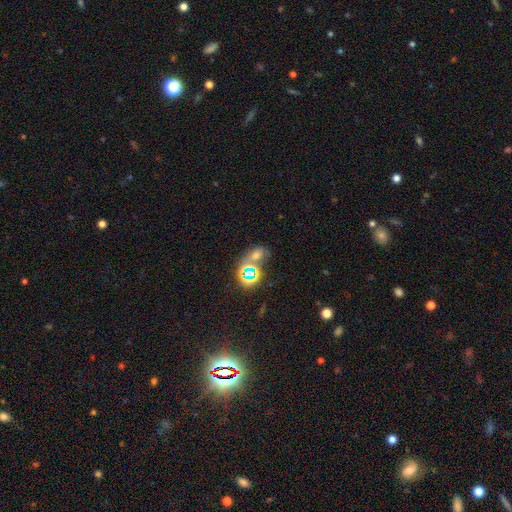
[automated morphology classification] Smooth or featured: star or artifact — 55% (smooth — 30%)